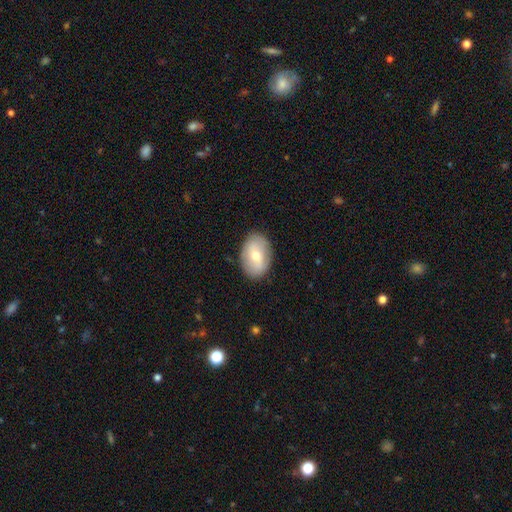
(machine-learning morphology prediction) This is possibly a smooth galaxy (60%). How rounded: clearly in between (87%). Merging: clearly none (86%).